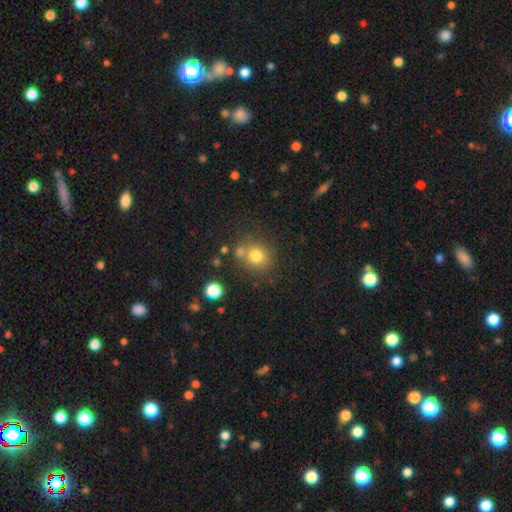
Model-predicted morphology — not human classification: smooth 76%, star or artifact 14%, featured or disk 10%. Down the decision tree: how rounded — round (84%); merging — none (66%).